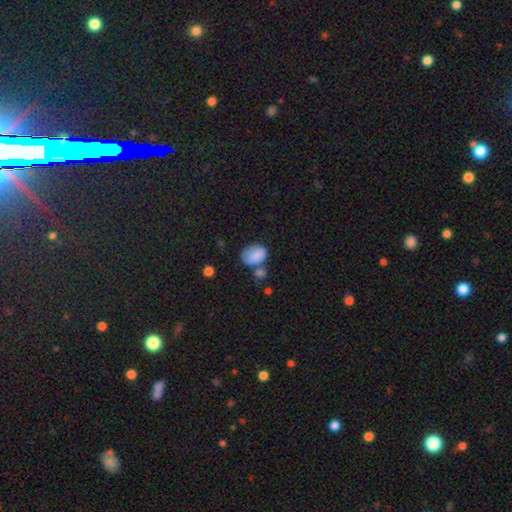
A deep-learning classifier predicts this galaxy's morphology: This appears to be a smooth galaxy with no disk features (81%) that is in between round and cigar-shaped (79%). Merging: none (42%).